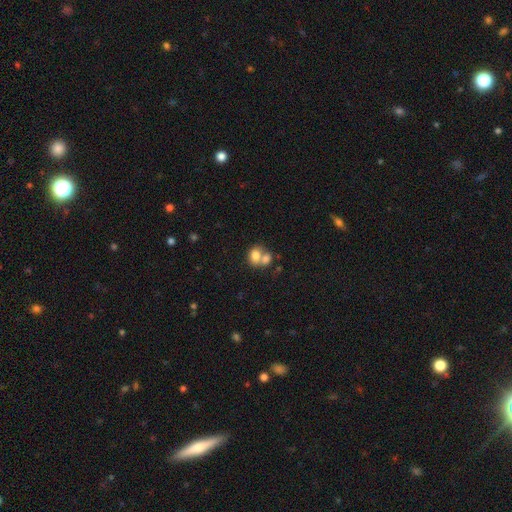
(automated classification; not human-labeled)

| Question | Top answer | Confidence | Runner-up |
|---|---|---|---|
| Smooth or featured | smooth | 76% | featured or disk (15%) |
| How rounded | in between | 53% | round (46%) |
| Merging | merger | 63% | none (26%) |